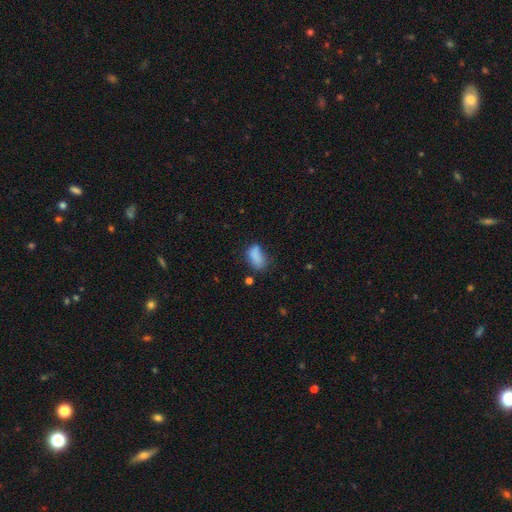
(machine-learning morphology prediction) smooth_or_featured: smooth (p=0.82) [alt: star or artifact p=0.10]
how_rounded: in between (p=0.88) [alt: round p=0.06]
merging: none (p=0.51) [alt: minor disturbance p=0.30]